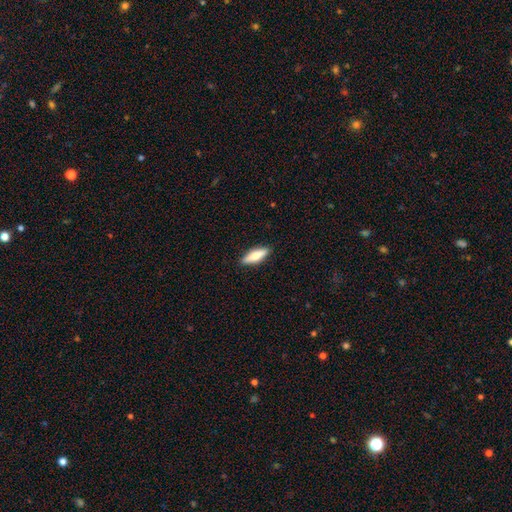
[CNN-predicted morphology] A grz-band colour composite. It shows a smooth galaxy with no disk features (65%) that is cigar-shaped (50%). Merging: none (90%).